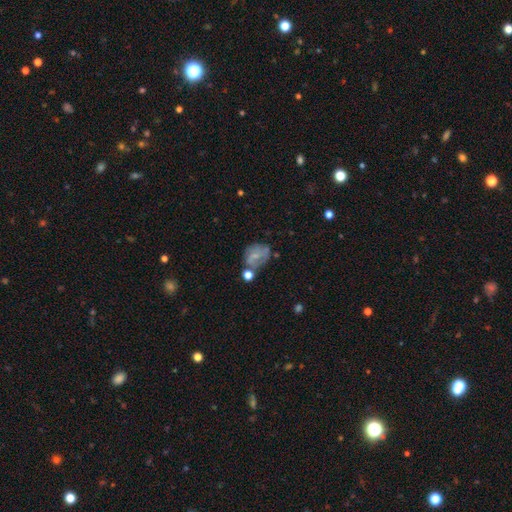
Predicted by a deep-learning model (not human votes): The model was most divided on "how rounded": round: 50%, in between: 49%, cigar-shaped: 1%. Remaining: smooth or featured — smooth (51%); merging — none (42%).